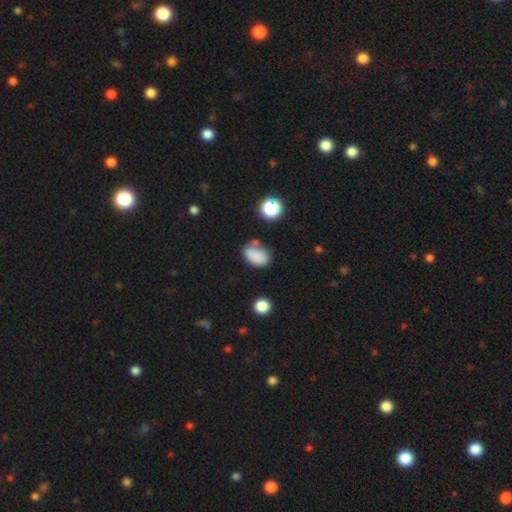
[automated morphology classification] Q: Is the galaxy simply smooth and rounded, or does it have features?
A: smooth — 80%.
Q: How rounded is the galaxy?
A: in between — 84%.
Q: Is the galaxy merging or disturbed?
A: none — 53%.